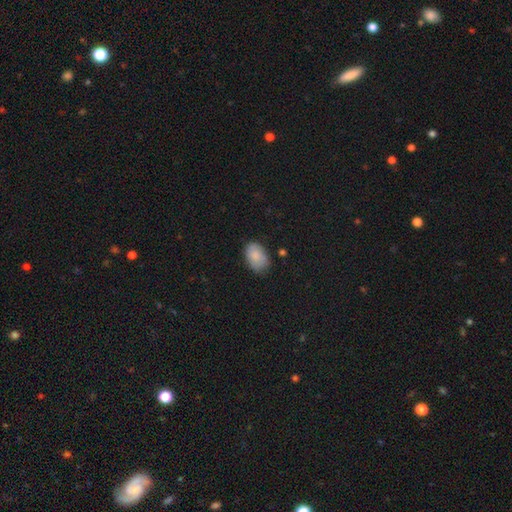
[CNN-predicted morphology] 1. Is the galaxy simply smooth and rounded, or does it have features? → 85% smooth, 8% featured or disk, 7% star or artifact.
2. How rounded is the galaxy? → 87% in between, 12% round, 1% cigar-shaped.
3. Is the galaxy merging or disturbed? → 70% none, 23% minor disturbance, 5% major disturbance, 2% merger.